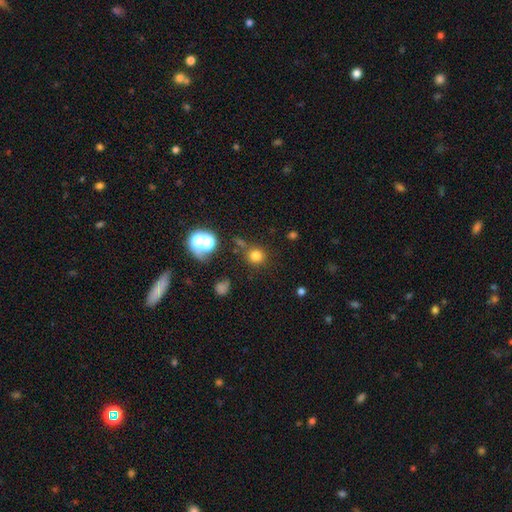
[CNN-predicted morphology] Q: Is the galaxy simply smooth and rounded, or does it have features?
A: smooth — 73%.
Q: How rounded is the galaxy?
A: round — 91%.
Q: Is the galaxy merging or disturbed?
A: none — 79%.